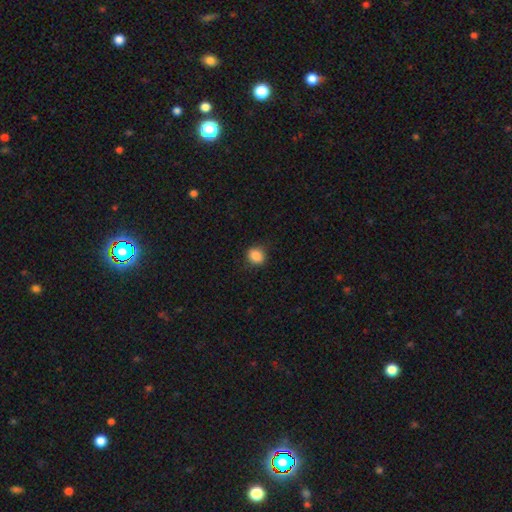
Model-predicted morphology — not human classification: Smooth or featured?
  - smooth: 87% *
  - star or artifact: 9%
  - featured or disk: 3%
How rounded?
  - round: 62% *
  - in between: 36%
  - cigar-shaped: 1%
Merging?
  - none: 84% *
  - minor disturbance: 12%
  - major disturbance: 3%
  - merger: 1%